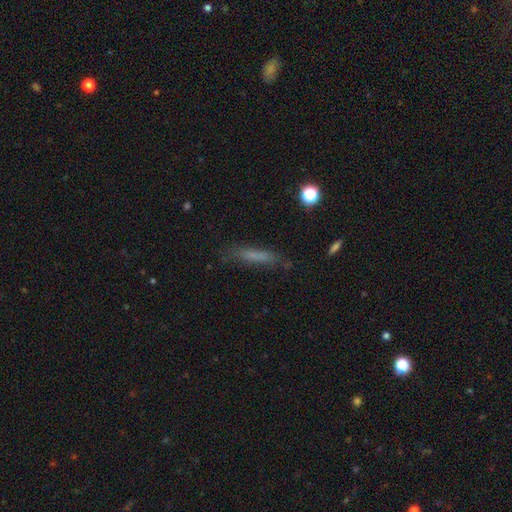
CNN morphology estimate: smooth_or_featured: smooth (p=0.68) [alt: featured or disk p=0.21]
how_rounded: cigar-shaped (p=0.86) [alt: in between p=0.12]
merging: none (p=0.74) [alt: minor disturbance p=0.18]